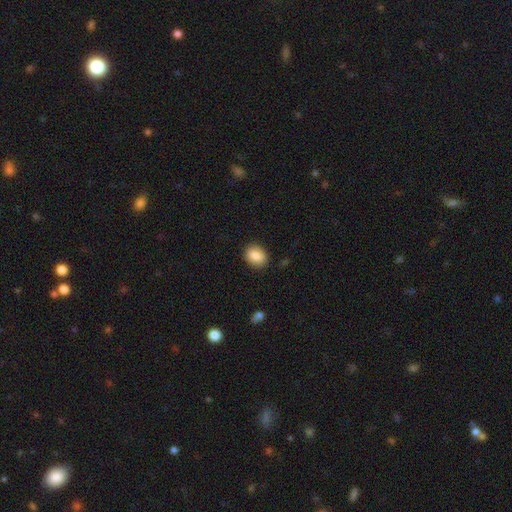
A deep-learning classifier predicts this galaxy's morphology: Overall: smooth (88%). How rounded: in between (62%; round 37%). Merging: none (88%).